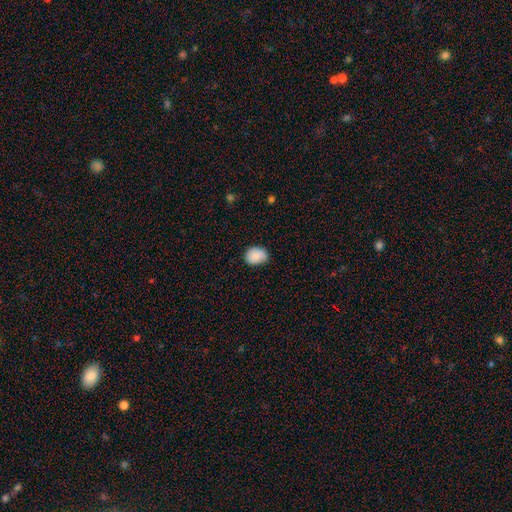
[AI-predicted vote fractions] Q: Smooth or featured?
A: smooth (88%); runner-up: star or artifact (8%)
Q: How rounded?
A: in between (53%); runner-up: round (47%)
Q: Merging?
A: none (75%); runner-up: minor disturbance (20%)